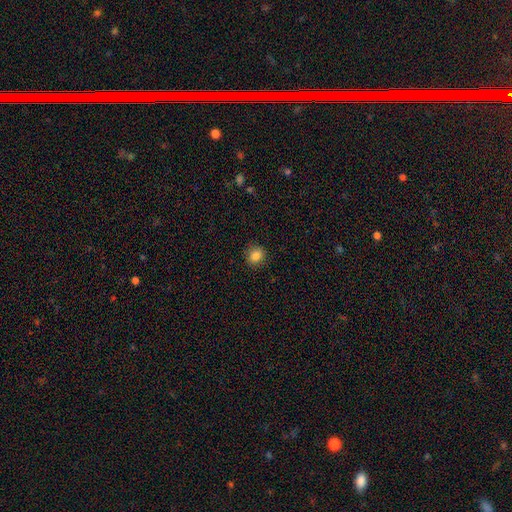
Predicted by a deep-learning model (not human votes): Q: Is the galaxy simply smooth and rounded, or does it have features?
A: smooth — 85%.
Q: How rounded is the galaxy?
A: round — 79%.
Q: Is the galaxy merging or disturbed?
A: none — 89%.